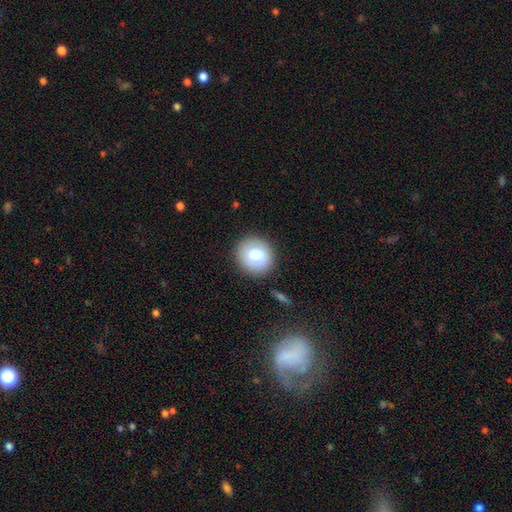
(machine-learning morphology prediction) Smooth or featured? Predicted: smooth (p=0.81). How rounded? Predicted: round (p=0.87). Merging? Predicted: none (p=0.88).